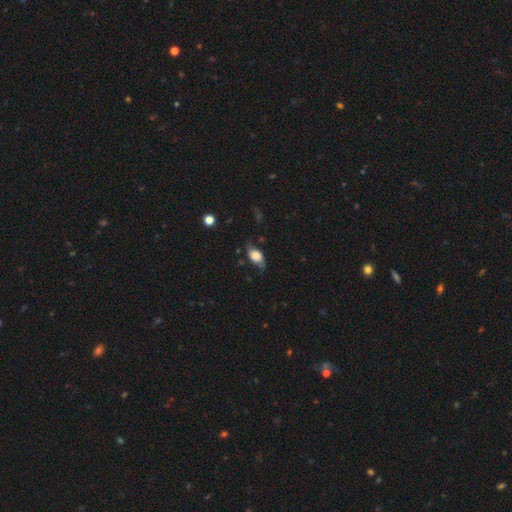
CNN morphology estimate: smooth-or-featured: smooth: 49% | featured or disk: 41% | star or artifact: 9%
  merging: none: 58% | minor disturbance: 26% | major disturbance: 14% | merger: 2%